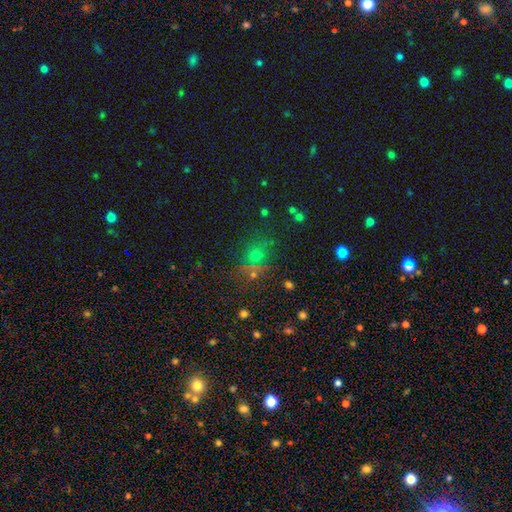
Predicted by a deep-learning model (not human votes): Smooth or featured: smooth — 44% (star or artifact — 43%)
Merging: none — 67% (merger — 13%)